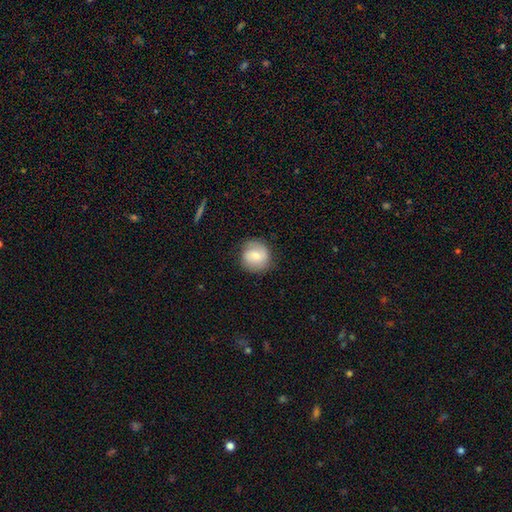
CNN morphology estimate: The model was most divided on "smooth or featured": smooth: 61%, featured or disk: 32%, star or artifact: 7%. More confident: how rounded — round (89%); merging — none (81%).